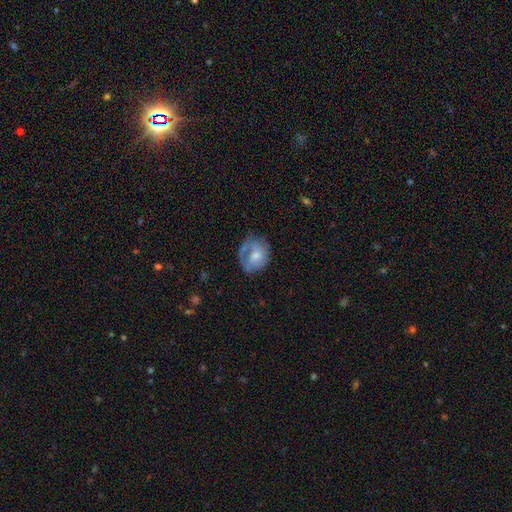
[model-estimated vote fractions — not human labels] Smooth or featured? Predicted: smooth (p=0.51). How rounded? Predicted: round (p=0.62). Merging? Predicted: none (p=0.49).